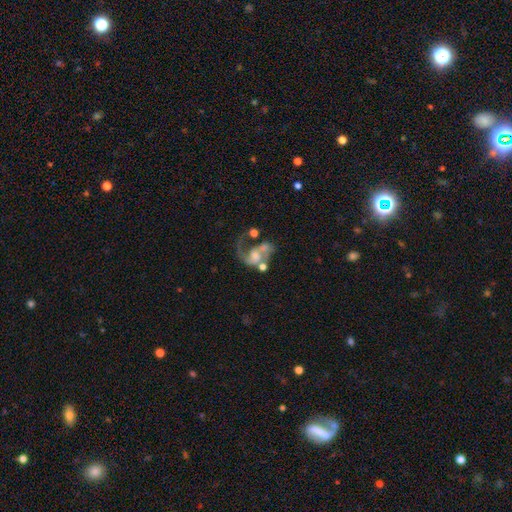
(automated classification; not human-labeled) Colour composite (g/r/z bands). It shows a featured or disk galaxy (75%) with no bar (60%), 2 (49%) loose (53%) spiral arms (85%) and a moderate central bulge (39%). Merging: major disturbance (34%).